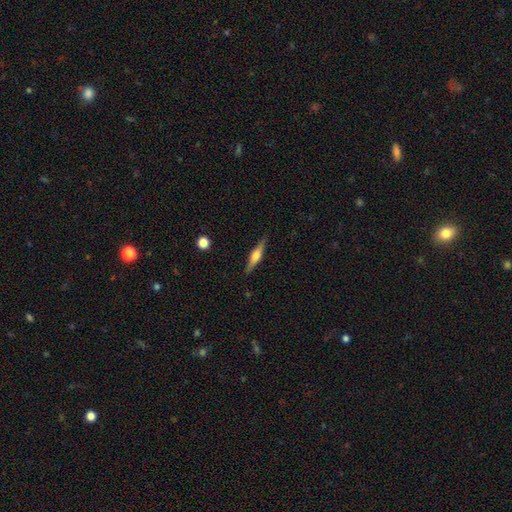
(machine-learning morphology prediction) Smooth or featured?
  - featured or disk: 67% *
  - smooth: 27%
  - star or artifact: 6%
Edge-on disk?
  - yes: 97% *
  - no: 3%
Edge-on bulge?
  - rounded: 87% *
  - boxy: 10%
  - none: 3%
Merging?
  - none: 88% *
  - minor disturbance: 8%
  - major disturbance: 2%
  - merger: 1%